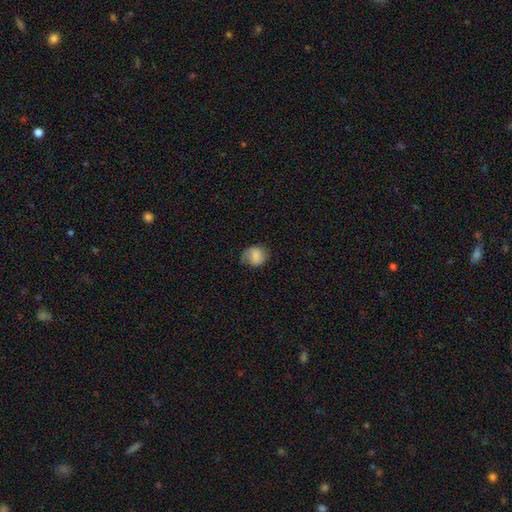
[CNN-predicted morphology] A smooth galaxy with no disk features (70%) that is round (62%).

Vote fractions:
- Smooth or featured? smooth: 70% / featured or disk: 21% / star or artifact: 8%
- How rounded? round: 62% / in between: 37% / cigar-shaped: 1%
- Merging? none: 58% / minor disturbance: 29% / major disturbance: 12% / merger: 1%